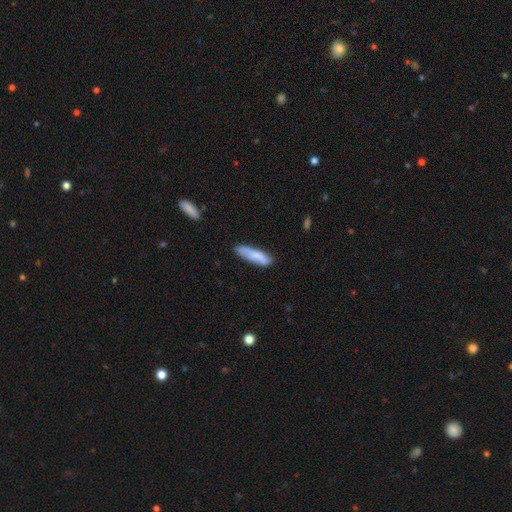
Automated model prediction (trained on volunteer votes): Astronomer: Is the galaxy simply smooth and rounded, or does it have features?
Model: smooth — 78%.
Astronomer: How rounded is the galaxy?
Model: cigar-shaped — 63%.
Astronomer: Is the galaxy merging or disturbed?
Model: none — 65%.